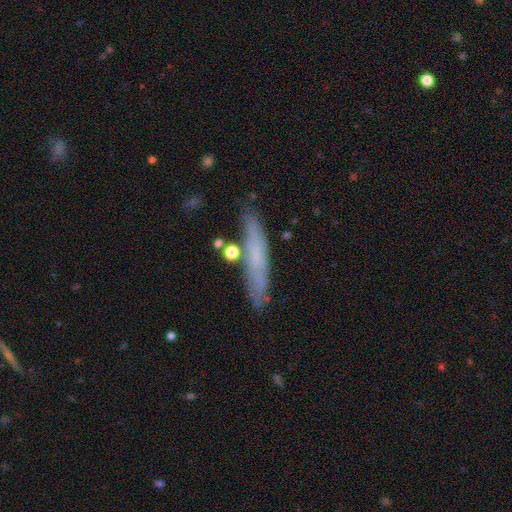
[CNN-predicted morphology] This is possibly a smooth galaxy (55%). How rounded: clearly cigar-shaped (88%). Merging: likely none (76%).